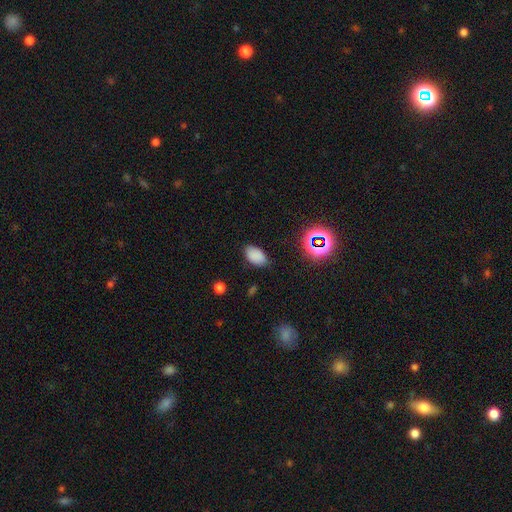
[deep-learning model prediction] A smooth galaxy with no disk features (80%) that is in between round and cigar-shaped (92%).

Vote fractions:
- Smooth or featured? smooth: 80% / star or artifact: 15% / featured or disk: 5%
- How rounded? in between: 92% / round: 6% / cigar-shaped: 1%
- Merging? none: 81% / minor disturbance: 15% / major disturbance: 3% / merger: 1%